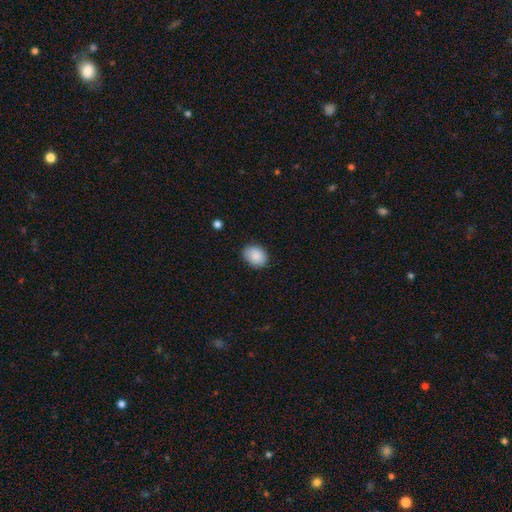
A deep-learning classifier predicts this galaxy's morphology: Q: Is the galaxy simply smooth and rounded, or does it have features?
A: smooth — 88%.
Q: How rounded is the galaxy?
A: in between — 64%.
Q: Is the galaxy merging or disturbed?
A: none — 82%.